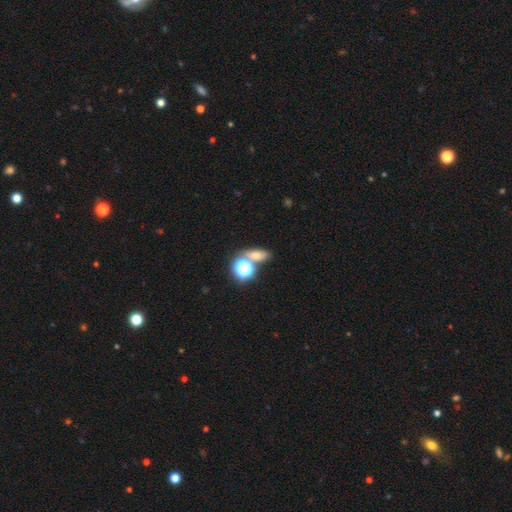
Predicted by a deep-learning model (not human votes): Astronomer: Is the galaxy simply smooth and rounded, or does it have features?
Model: smooth — 63%.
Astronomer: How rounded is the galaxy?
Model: in between — 60%.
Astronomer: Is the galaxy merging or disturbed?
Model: none — 59%.